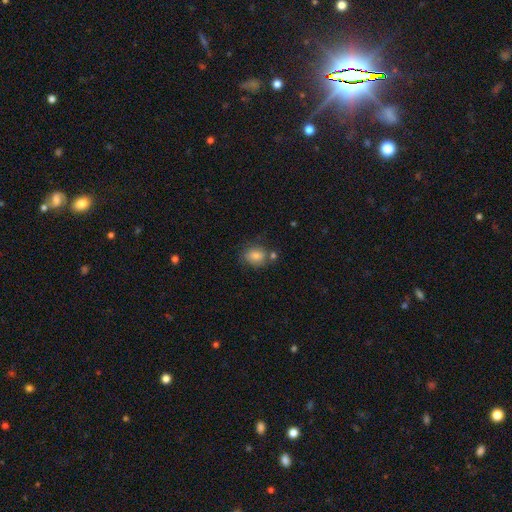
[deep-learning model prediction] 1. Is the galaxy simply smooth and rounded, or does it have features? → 81% smooth, 10% featured or disk, 9% star or artifact.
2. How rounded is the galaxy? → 56% round, 43% in between, 1% cigar-shaped.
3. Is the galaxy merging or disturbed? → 66% none, 16% minor disturbance, 13% merger, 5% major disturbance.